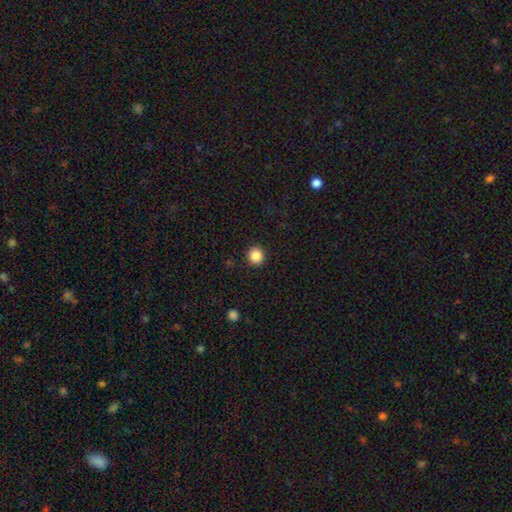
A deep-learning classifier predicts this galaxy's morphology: Smooth or featured? Predicted: smooth (p=0.86). How rounded? Predicted: round (p=0.93). Merging? Predicted: none (p=0.92).